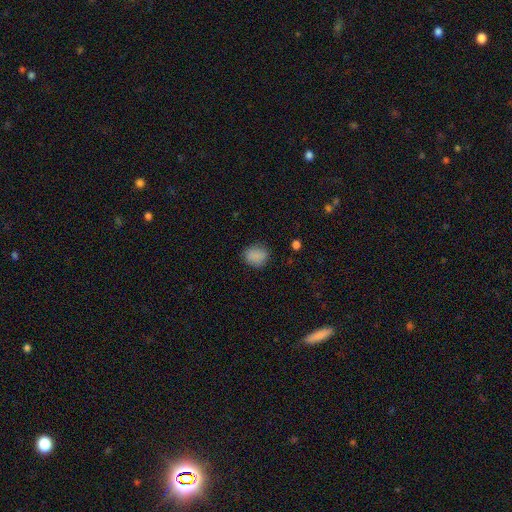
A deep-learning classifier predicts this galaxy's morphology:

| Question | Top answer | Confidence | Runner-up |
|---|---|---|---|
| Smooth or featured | smooth | 86% | star or artifact (9%) |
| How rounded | round | 67% | in between (31%) |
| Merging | none | 83% | minor disturbance (12%) |